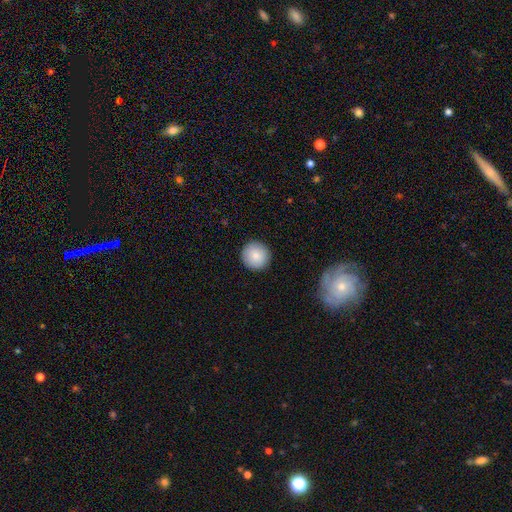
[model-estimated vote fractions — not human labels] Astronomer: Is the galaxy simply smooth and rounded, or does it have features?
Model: smooth — 86%.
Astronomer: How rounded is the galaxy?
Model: round — 96%.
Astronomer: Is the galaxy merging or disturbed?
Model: none — 92%.